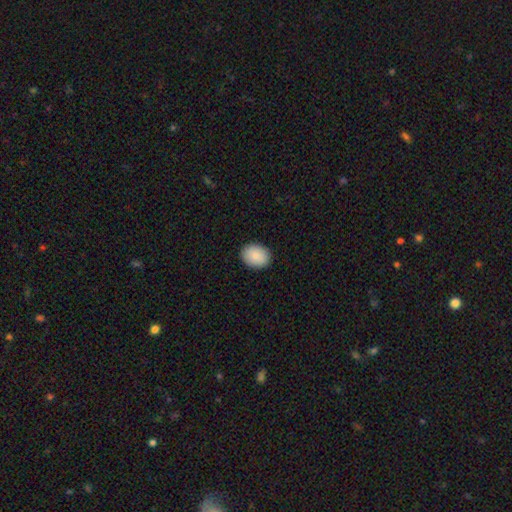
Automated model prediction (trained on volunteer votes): A smooth galaxy with no disk features (90%) that is in between round and cigar-shaped (65%).

Vote fractions:
- Smooth or featured? smooth: 90% / star or artifact: 7% / featured or disk: 4%
- How rounded? in between: 65% / round: 34% / cigar-shaped: 1%
- Merging? none: 90% / minor disturbance: 7% / major disturbance: 2% / merger: 1%